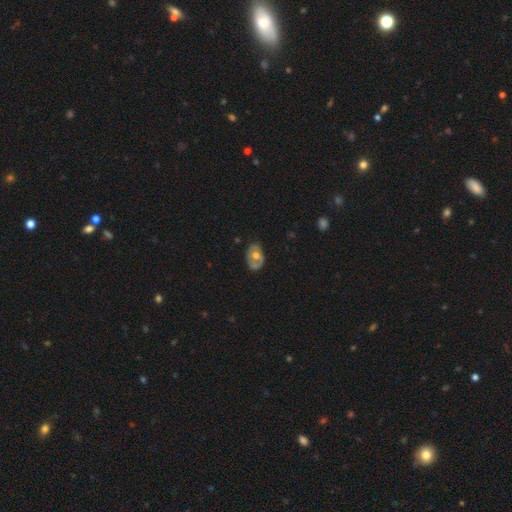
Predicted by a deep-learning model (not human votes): The model was most divided on "smooth or featured": smooth: 47%, featured or disk: 46%, star or artifact: 7%. More confident: merging — none (68%).